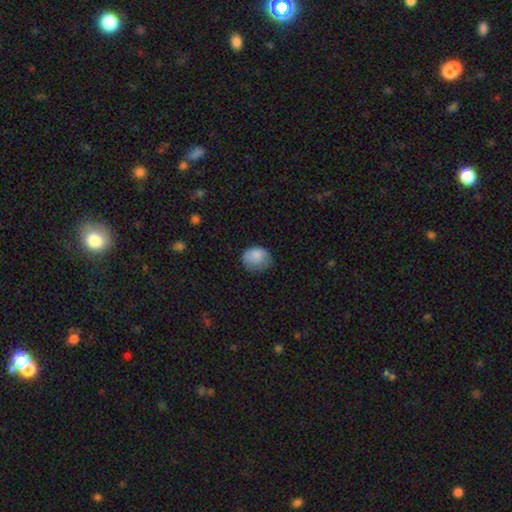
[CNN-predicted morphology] Overall: smooth (83%). How rounded: round (65%; in between 34%). Merging: none (60%; minor disturbance 29%).